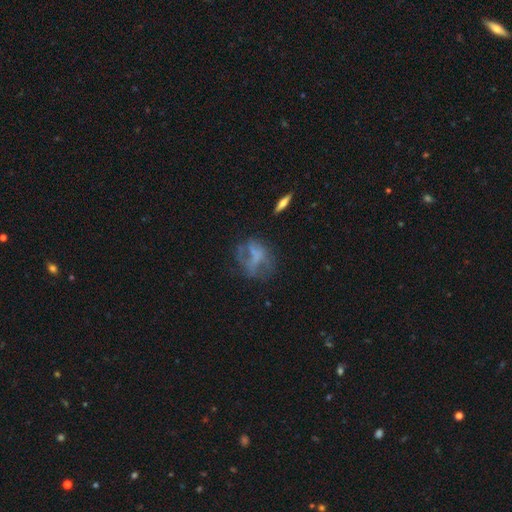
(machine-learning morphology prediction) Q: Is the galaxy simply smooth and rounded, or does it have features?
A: featured or disk — 50%.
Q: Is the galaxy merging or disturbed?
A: none — 43%.